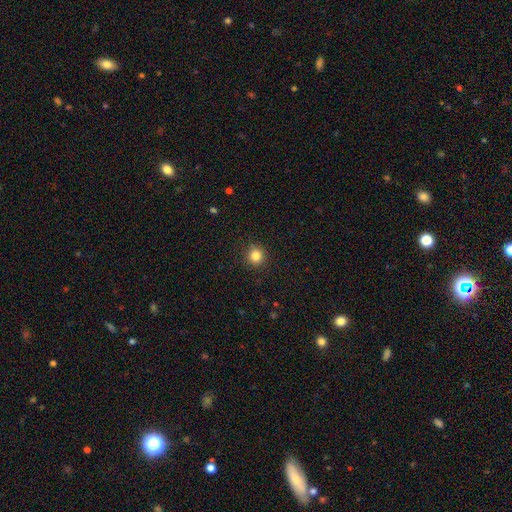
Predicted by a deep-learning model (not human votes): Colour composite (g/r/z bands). It shows a smooth galaxy with no disk features (84%) that is round (94%). Merging: none (91%).